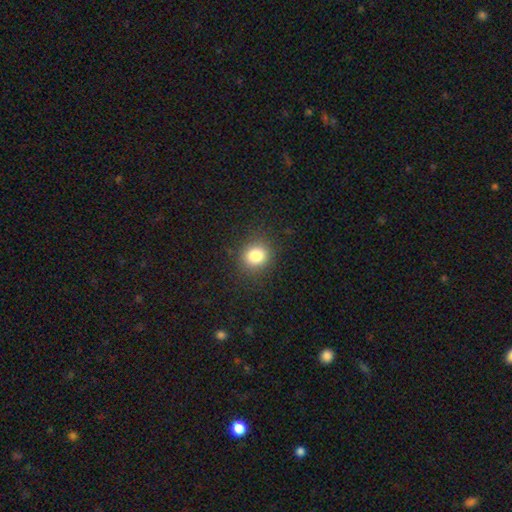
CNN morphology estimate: A smooth galaxy with no disk features (83%) that is round (80%). Merging: none (88%).